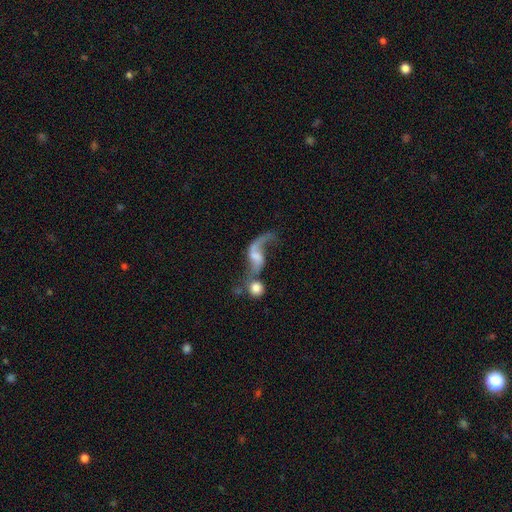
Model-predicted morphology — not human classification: This appears to be a featured or disk galaxy (73%) with no bar (45%), 2 (68%) loose (92%) spiral arms (85%) and no central bulge (35%). Merging: merger (46%).